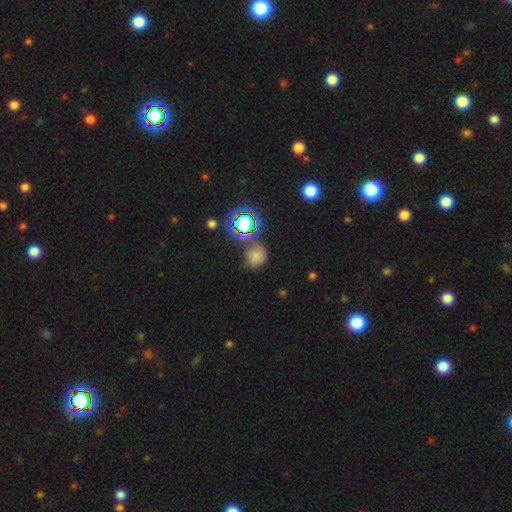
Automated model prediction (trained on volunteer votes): Morphology: type=smooth (65%); roundness=round (80%); merging=none (66%).